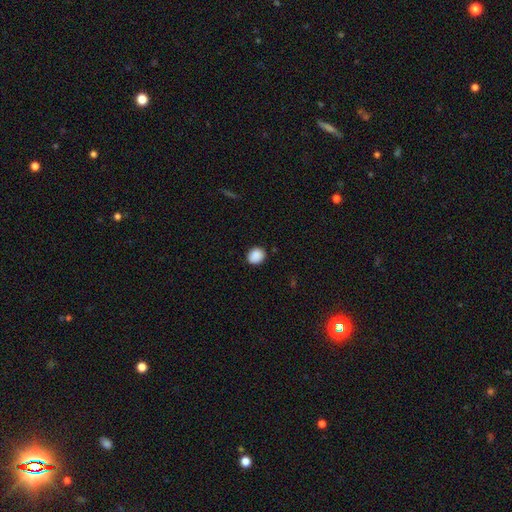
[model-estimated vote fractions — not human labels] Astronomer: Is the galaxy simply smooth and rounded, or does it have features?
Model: smooth — 89%.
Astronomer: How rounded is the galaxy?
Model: round — 68%.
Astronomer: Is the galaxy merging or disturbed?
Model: none — 87%.